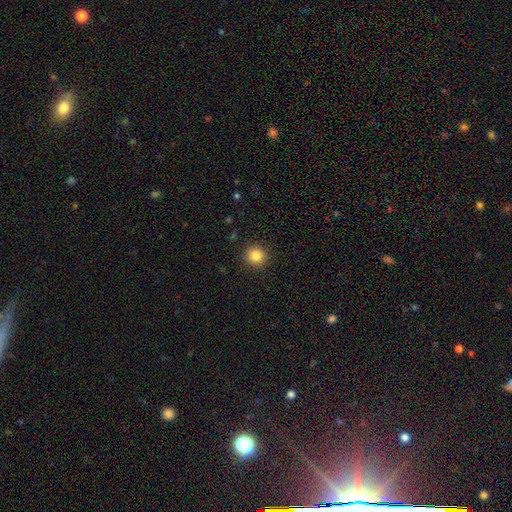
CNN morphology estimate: Smooth or featured? Predicted: smooth (p=0.84). How rounded? Predicted: round (p=0.95). Merging? Predicted: none (p=0.92).